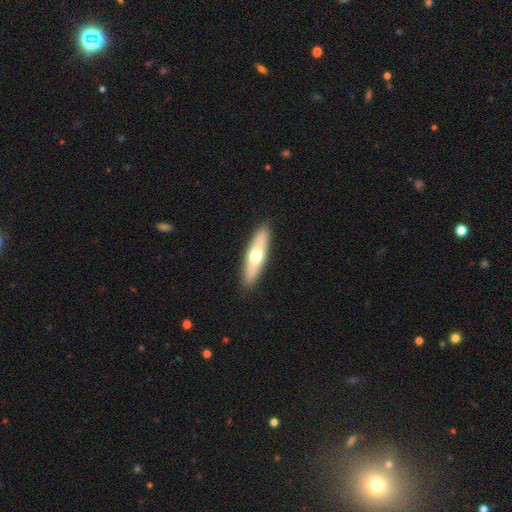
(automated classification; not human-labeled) smooth_or_featured: smooth (p=0.56) [alt: featured or disk p=0.39]
how_rounded: cigar-shaped (p=0.63) [alt: in between p=0.35]
merging: none (p=0.90) [alt: minor disturbance p=0.07]